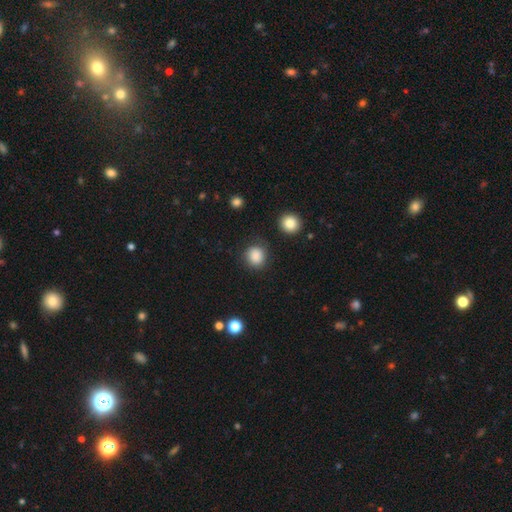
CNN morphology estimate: This is clearly a smooth galaxy (87%). How rounded: clearly round (85%). Merging: clearly none (81%).